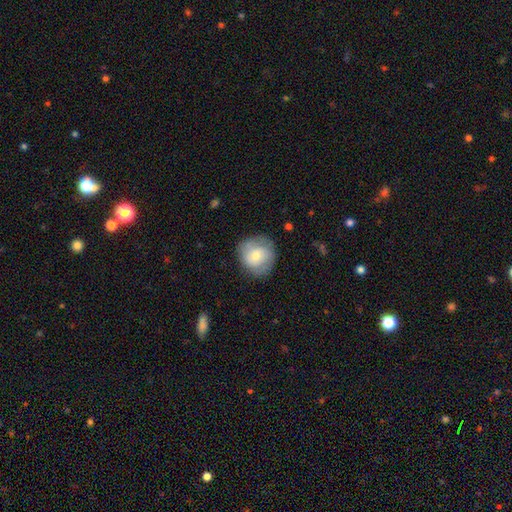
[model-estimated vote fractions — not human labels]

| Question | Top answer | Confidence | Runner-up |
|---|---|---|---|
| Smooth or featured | smooth | 59% | featured or disk (34%) |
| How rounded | round | 86% | in between (13%) |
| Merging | none | 78% | minor disturbance (16%) |